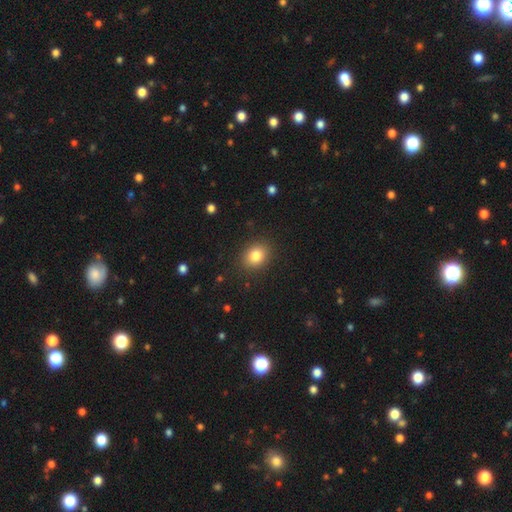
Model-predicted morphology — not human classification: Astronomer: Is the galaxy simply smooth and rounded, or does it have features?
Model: smooth — 82%.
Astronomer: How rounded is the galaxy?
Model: round — 56% (runner-up: in between, 43%).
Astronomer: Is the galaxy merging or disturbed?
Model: none — 89%.